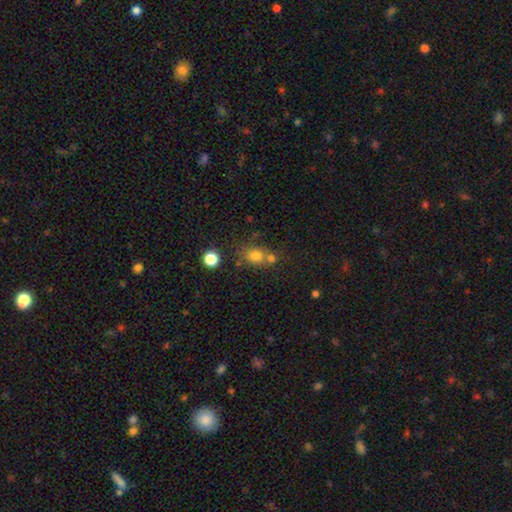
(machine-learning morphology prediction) Smooth or featured: smooth — 74% (star or artifact — 15%)
How rounded: round — 58% (in between — 41%)
Merging: none — 53% (merger — 30%)